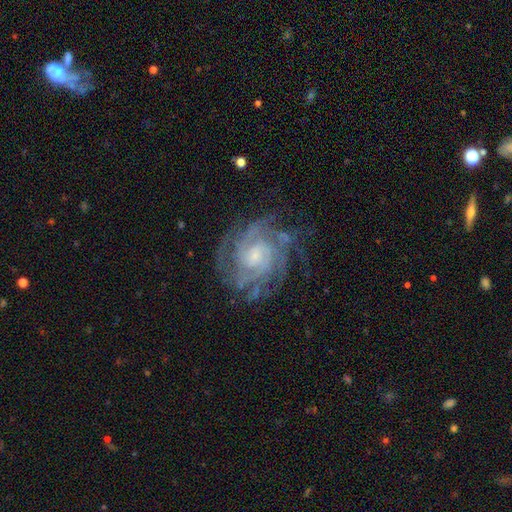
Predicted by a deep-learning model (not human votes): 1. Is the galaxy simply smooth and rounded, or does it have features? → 88% featured or disk, 6% star or artifact, 6% smooth.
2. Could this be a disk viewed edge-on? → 97% no, 3% yes.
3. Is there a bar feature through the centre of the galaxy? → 64% no, 30% weak, 7% strong.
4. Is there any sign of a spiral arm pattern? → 97% yes, 3% no.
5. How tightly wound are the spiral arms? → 67% tight, 28% medium, 5% loose.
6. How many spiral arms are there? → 27% can't tell, 25% 4, 18% 3, 14% 2, 10% more than 4, 6% 1.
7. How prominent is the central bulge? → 63% small, 27% moderate, 5% none, 4% large, 1% dominant.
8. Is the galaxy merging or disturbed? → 70% none, 18% minor disturbance, 10% major disturbance, 2% merger.